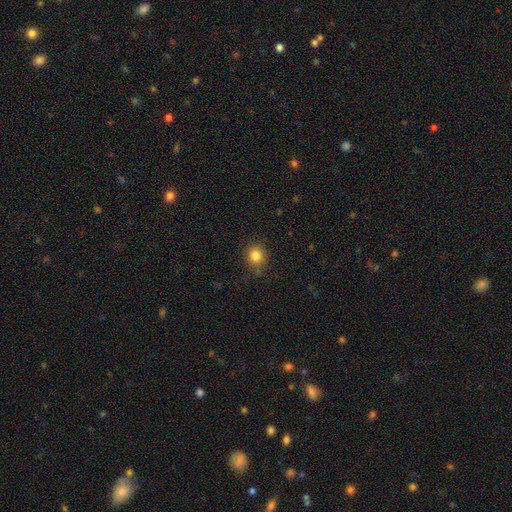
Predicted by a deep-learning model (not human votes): Smooth or featured: smooth — 83% (star or artifact — 12%)
How rounded: round — 84% (in between — 15%)
Merging: none — 84% (minor disturbance — 10%)